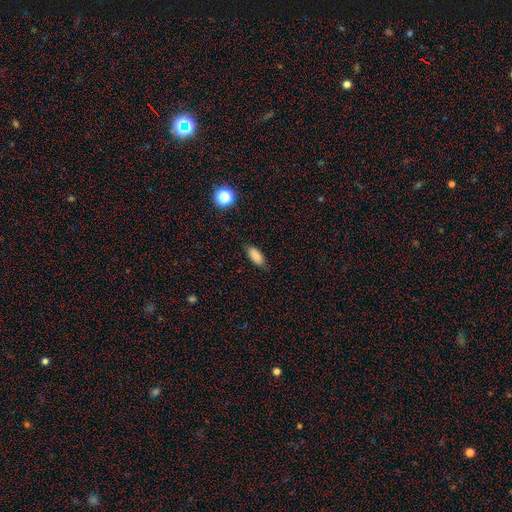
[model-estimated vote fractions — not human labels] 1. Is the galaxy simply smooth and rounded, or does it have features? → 86% smooth, 9% star or artifact, 5% featured or disk.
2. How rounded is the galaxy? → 86% in between, 11% cigar-shaped, 3% round.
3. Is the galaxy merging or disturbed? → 83% none, 14% minor disturbance, 3% major disturbance, 1% merger.